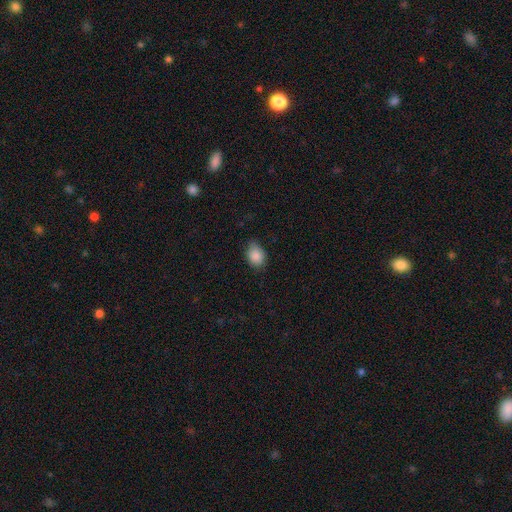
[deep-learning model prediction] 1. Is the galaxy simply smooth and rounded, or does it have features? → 88% smooth, 8% star or artifact, 4% featured or disk.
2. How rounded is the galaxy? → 70% in between, 29% round, 1% cigar-shaped.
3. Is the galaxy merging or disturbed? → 70% none, 25% minor disturbance, 4% major disturbance, 1% merger.